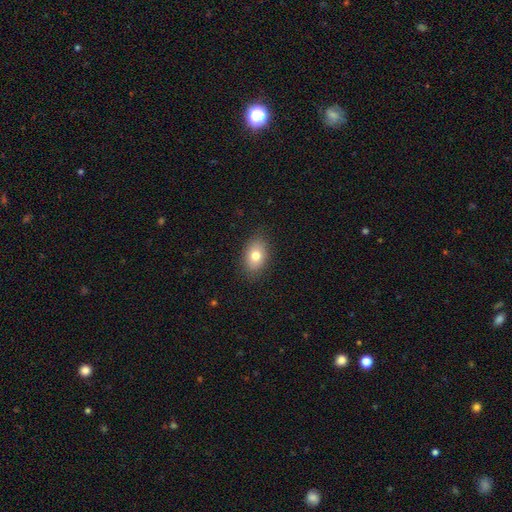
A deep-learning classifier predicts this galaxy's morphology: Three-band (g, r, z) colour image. It shows a smooth galaxy with no disk features (77%) that is in between round and cigar-shaped (80%). Merging: none (86%).